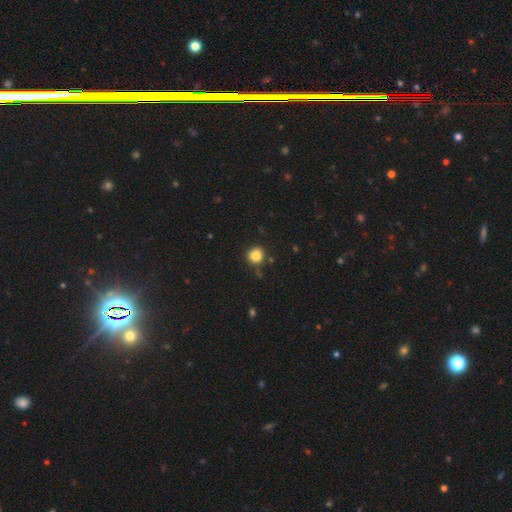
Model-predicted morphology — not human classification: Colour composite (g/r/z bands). It shows a smooth galaxy with no disk features (84%) that is round (88%). Merging: none (82%).